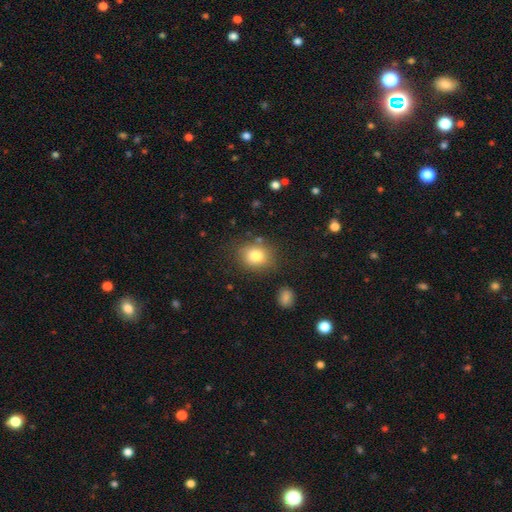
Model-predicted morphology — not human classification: Overall: smooth (80%). How rounded: round (62%; in between 37%). Merging: none (78%).